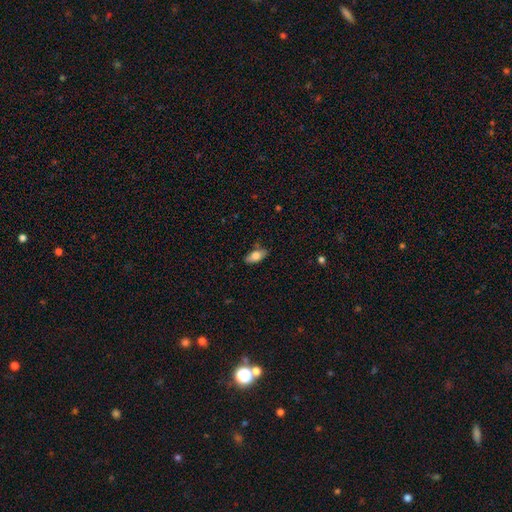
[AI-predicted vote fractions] Overall: smooth (78%). How rounded: in between (87%). Merging: none (80%).